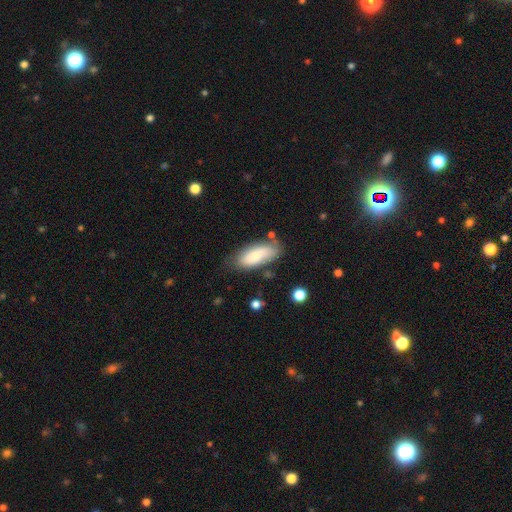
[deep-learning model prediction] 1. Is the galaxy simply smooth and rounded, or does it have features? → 71% smooth, 22% featured or disk, 7% star or artifact.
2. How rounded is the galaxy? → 84% in between, 14% cigar-shaped, 2% round.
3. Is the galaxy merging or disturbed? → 68% none, 21% minor disturbance, 6% major disturbance, 5% merger.